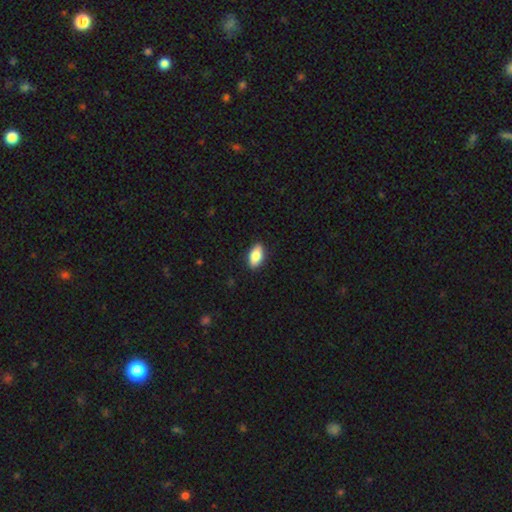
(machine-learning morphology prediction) A smooth galaxy with no disk features (84%) that is in between round and cigar-shaped (90%). Merging: none (88%).